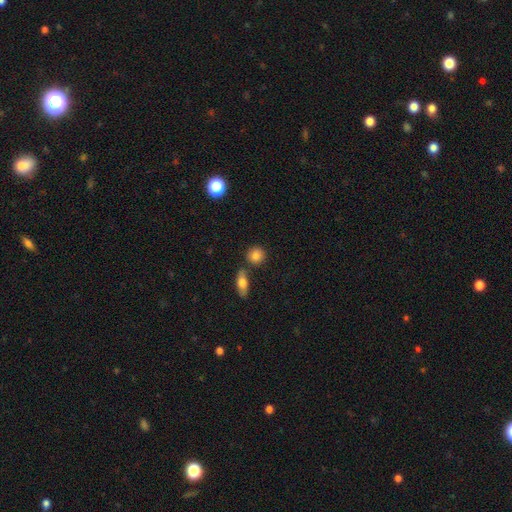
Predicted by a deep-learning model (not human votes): Smooth or featured? smooth (84%)
How rounded? round (81%)
Merging? none (75%)